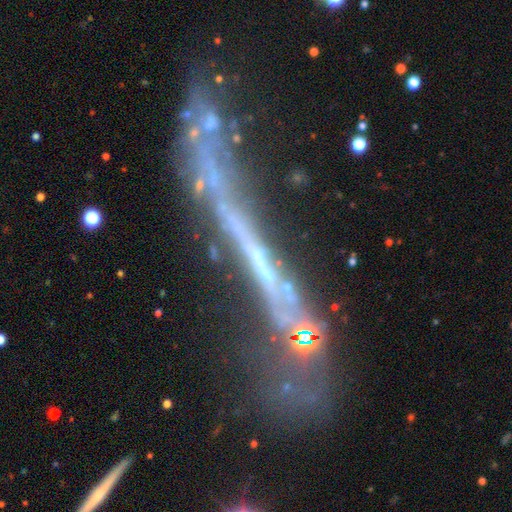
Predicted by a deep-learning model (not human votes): This is likely a featured or disk galaxy (63%). It is likely viewed edge-on (76%). Merging: possibly none (46%).